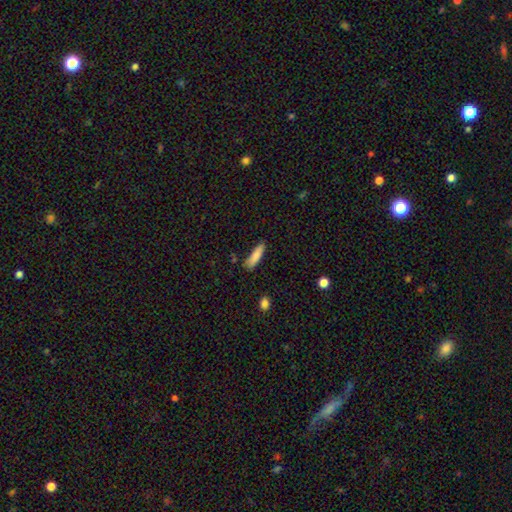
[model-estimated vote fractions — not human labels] This appears to be a smooth galaxy with no disk features (85%) that is cigar-shaped (71%). Merging: none (80%).